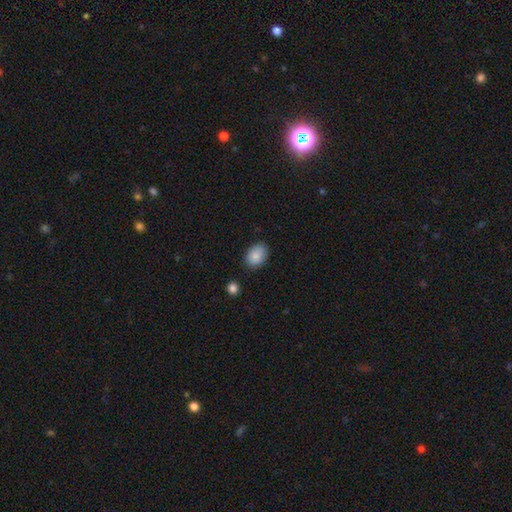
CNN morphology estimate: A smooth galaxy with no disk features (88%) that is in between round and cigar-shaped (77%). Merging: none (81%).